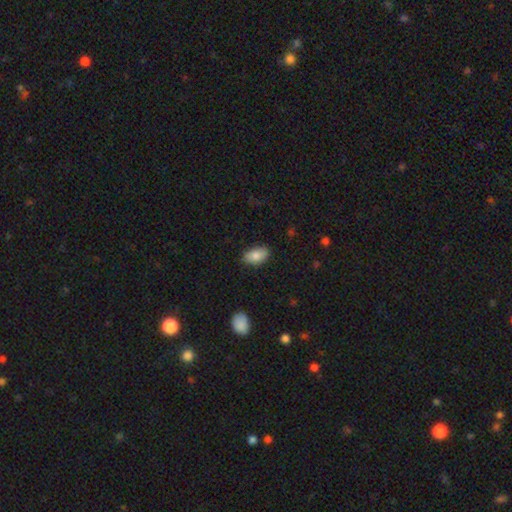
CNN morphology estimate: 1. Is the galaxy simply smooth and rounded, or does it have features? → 84% smooth, 9% featured or disk, 7% star or artifact.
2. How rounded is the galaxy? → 92% in between, 5% round, 3% cigar-shaped.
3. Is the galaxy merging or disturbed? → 82% none, 14% minor disturbance, 2% major disturbance, 1% merger.